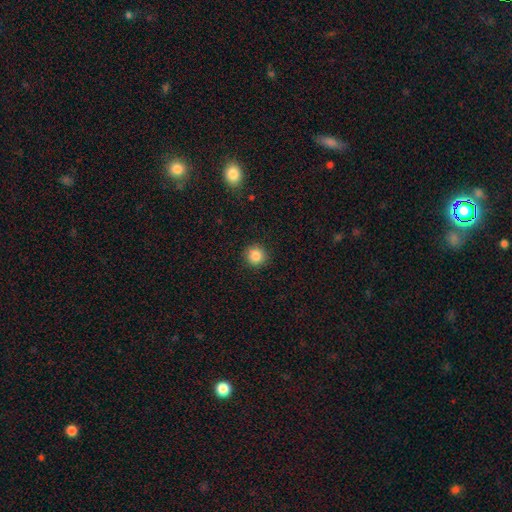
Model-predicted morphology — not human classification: smooth 85%, star or artifact 11%, featured or disk 5%. Down the decision tree: how rounded — round (94%); merging — none (91%).